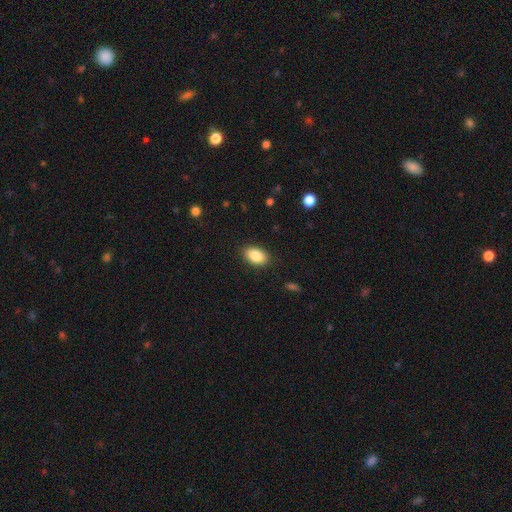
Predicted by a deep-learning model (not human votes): Smooth or featured? smooth (87%)
How rounded? in between (91%)
Merging? none (88%)